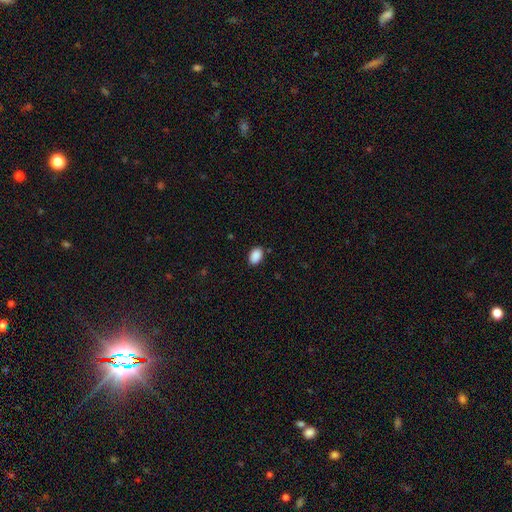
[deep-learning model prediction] Smooth or featured? Predicted: smooth (p=0.90). How rounded? Predicted: in between (p=0.85). Merging? Predicted: none (p=0.87).